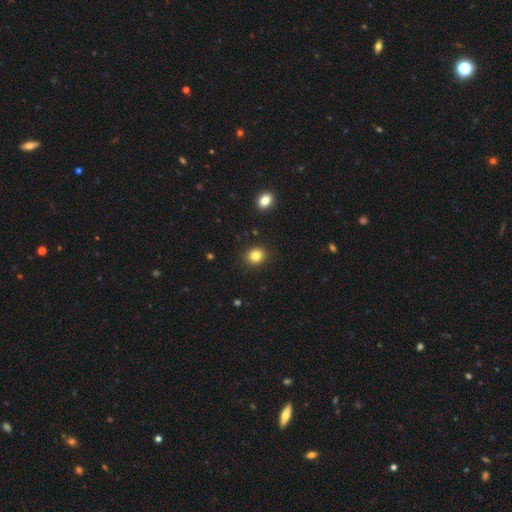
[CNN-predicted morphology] Smooth or featured? Predicted: smooth (p=0.83). How rounded? Predicted: round (p=0.69). Merging? Predicted: none (p=0.90).